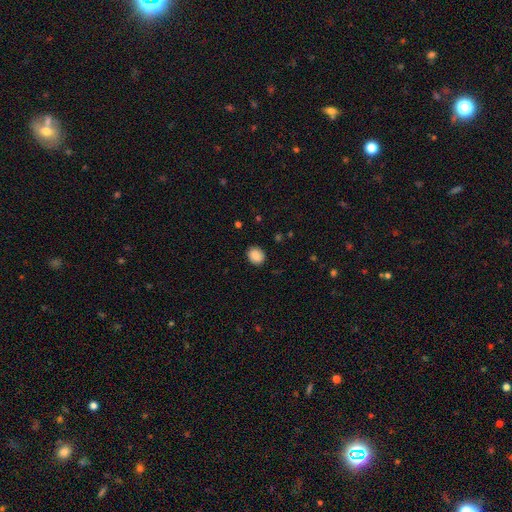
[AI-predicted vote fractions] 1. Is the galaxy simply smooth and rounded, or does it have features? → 88% smooth, 8% star or artifact, 4% featured or disk.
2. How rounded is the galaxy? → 63% round, 36% in between, 1% cigar-shaped.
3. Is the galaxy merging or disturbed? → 89% none, 8% minor disturbance, 2% major disturbance, 1% merger.